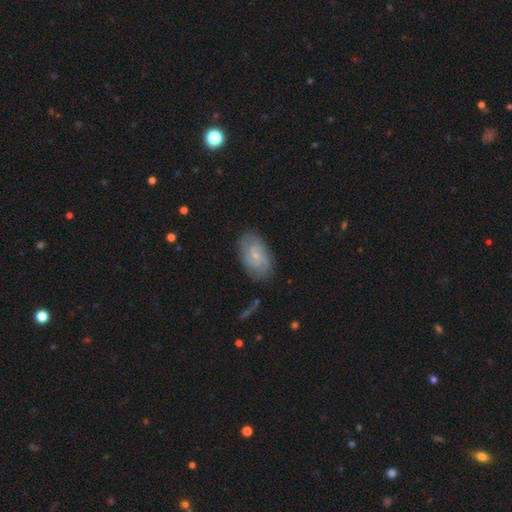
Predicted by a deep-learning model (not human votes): A featured or disk galaxy (72%) with no bar (52%), 2 (59%) tight (51%) spiral arms (92%) and a small central bulge (74%). Merging: none (79%).